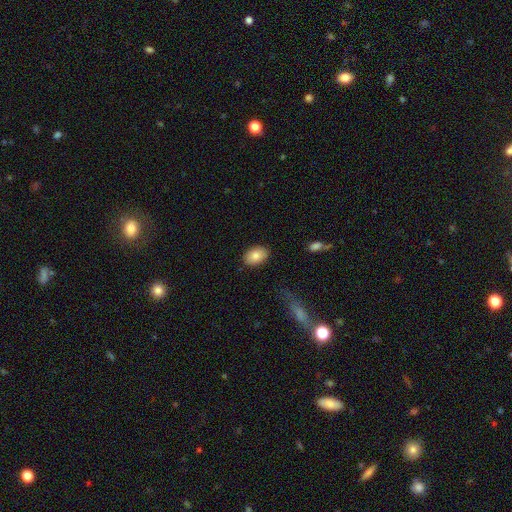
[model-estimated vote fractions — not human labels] Q: Smooth or featured?
A: smooth (85%); runner-up: featured or disk (8%)
Q: How rounded?
A: in between (88%); runner-up: round (11%)
Q: Merging?
A: none (87%); runner-up: minor disturbance (10%)